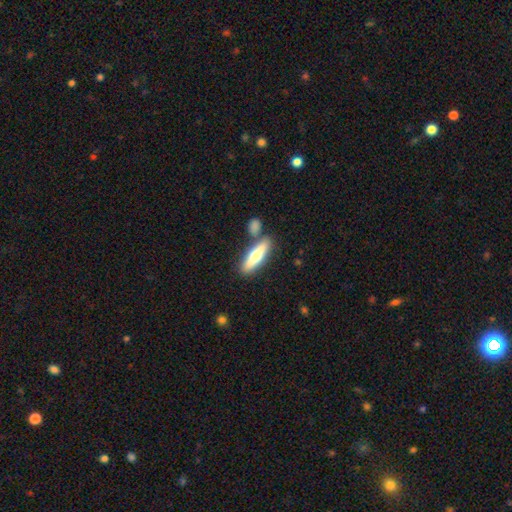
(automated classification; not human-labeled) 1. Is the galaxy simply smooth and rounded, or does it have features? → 57% smooth, 38% featured or disk, 5% star or artifact.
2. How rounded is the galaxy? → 63% cigar-shaped, 35% in between, 2% round.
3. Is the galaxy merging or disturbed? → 74% none, 12% merger, 10% minor disturbance, 3% major disturbance.